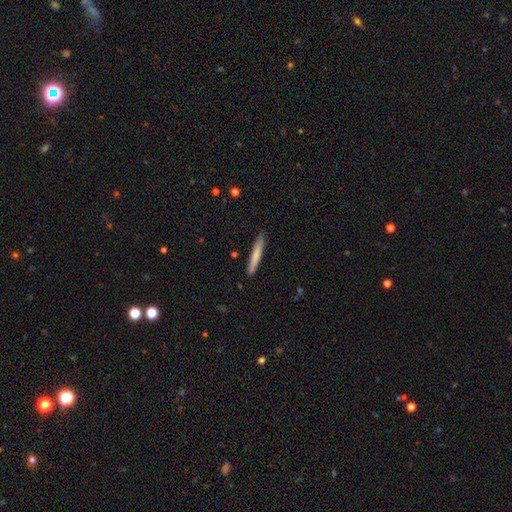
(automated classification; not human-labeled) Smooth or featured?
  - smooth: 71% *
  - featured or disk: 23%
  - star or artifact: 5%
How rounded?
  - cigar-shaped: 95% *
  - in between: 4%
  - round: 1%
Merging?
  - none: 88% *
  - minor disturbance: 9%
  - major disturbance: 1%
  - merger: 1%